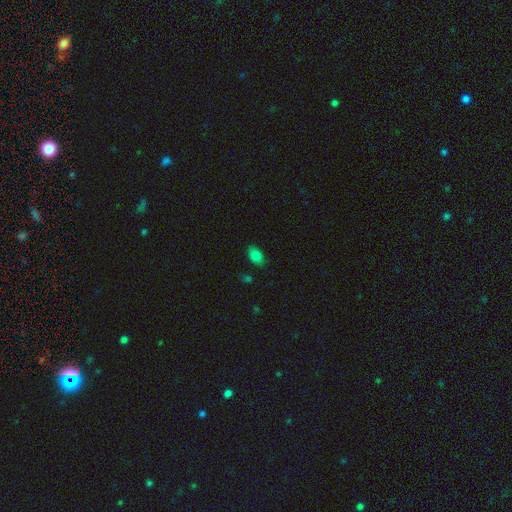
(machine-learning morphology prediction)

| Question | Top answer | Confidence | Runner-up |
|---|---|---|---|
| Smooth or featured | smooth | 81% | star or artifact (12%) |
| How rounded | in between | 86% | round (13%) |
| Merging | none | 83% | minor disturbance (13%) |